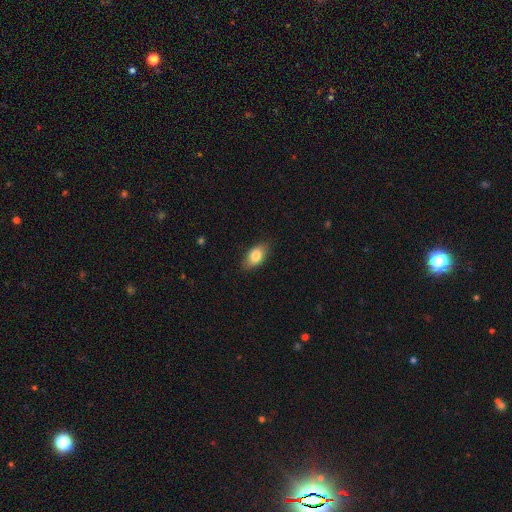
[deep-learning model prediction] Smooth or featured? Predicted: smooth (p=0.82). How rounded? Predicted: in between (p=0.89). Merging? Predicted: none (p=0.85).